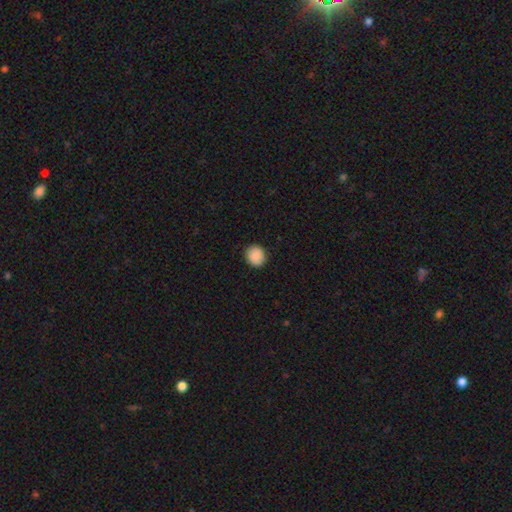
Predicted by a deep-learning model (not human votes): Smooth or featured?
  - smooth: 89% *
  - star or artifact: 8%
  - featured or disk: 3%
How rounded?
  - round: 75% *
  - in between: 24%
  - cigar-shaped: 1%
Merging?
  - none: 89% *
  - minor disturbance: 8%
  - major disturbance: 2%
  - merger: 1%